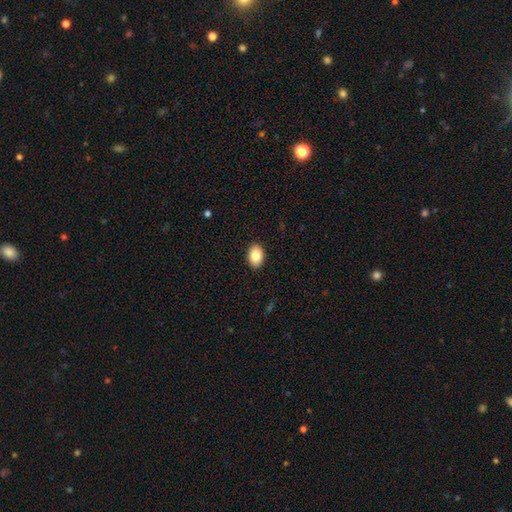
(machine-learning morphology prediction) The model was most divided on "how rounded": in between: 82%, round: 17%, cigar-shaped: 1%. More confident: merging — none (91%); smooth or featured — smooth (84%).